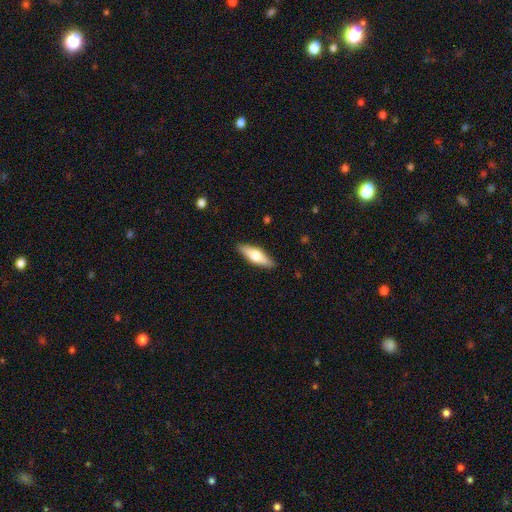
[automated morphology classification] Smooth or featured? smooth (51%)
How rounded? in between (49%, tied with cigar-shaped)
Merging? none (89%)